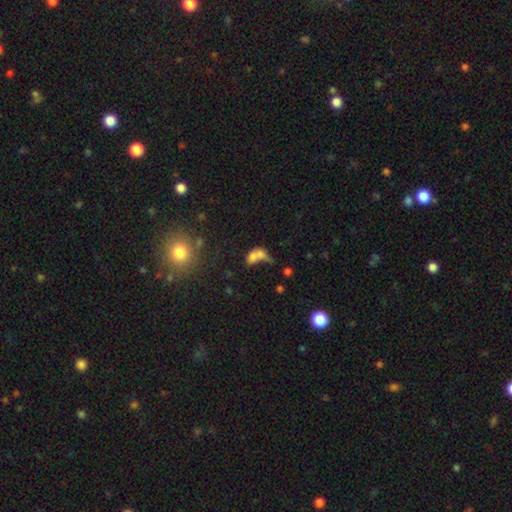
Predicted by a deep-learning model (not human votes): Smooth or featured? Predicted: smooth (p=0.64). How rounded? Predicted: in between (p=0.75). Merging? Predicted: merger (p=0.59).